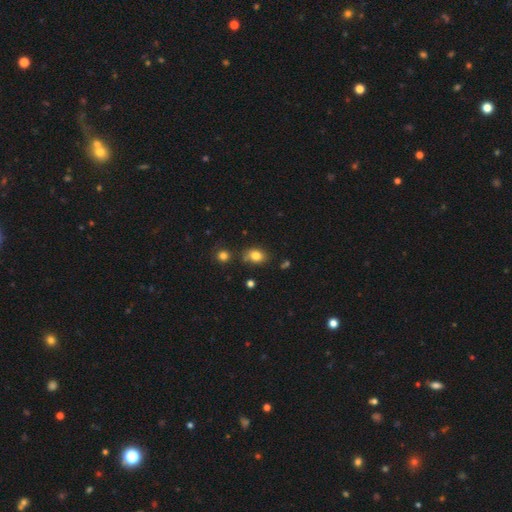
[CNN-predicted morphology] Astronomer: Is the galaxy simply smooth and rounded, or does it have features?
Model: smooth — 81%.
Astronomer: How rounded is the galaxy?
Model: in between — 67%.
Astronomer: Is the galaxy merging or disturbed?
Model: none — 70%.